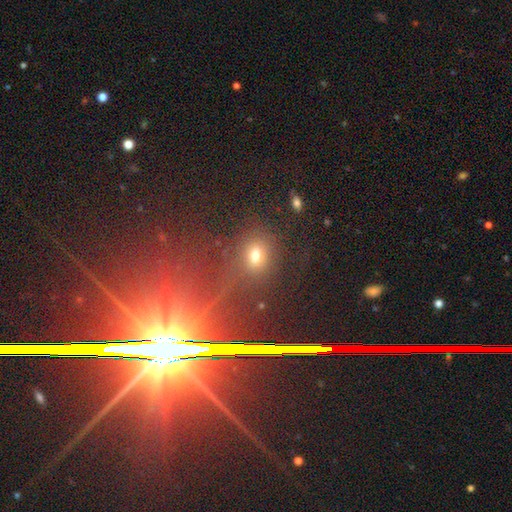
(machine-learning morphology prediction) Q: Smooth or featured?
A: smooth (58%); runner-up: star or artifact (32%)
Q: How rounded?
A: in between (50%); runner-up: round (48%)
Q: Merging?
A: none (80%); runner-up: minor disturbance (10%)